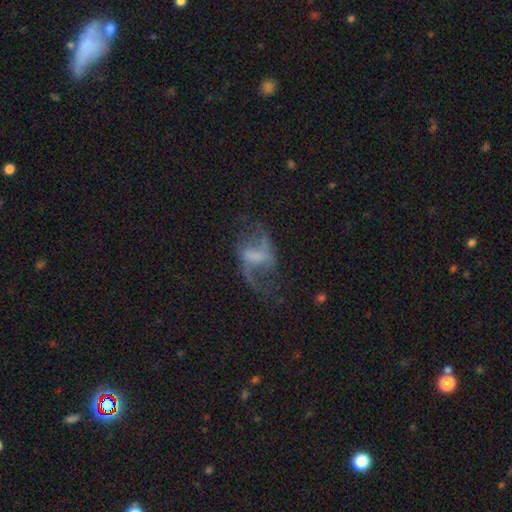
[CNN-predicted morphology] Overall: featured or disk (74%). Edge-on disk: no (97%). Bar: weak (44%; strong 29%). Spiral arms: yes (81%). Spiral arm count: 2 (87%). Spiral winding: loose (69%). Bulge size: none (44%; moderate 21%). Merging: none (51%; major disturbance 28%).